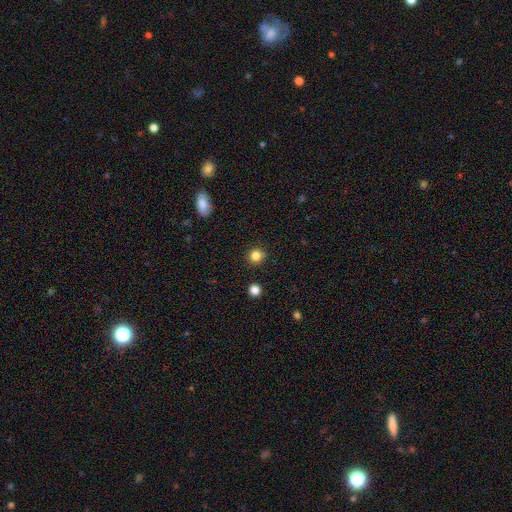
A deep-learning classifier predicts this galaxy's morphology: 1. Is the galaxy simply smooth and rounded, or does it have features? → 83% smooth, 12% star or artifact, 5% featured or disk.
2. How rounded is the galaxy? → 92% round, 7% in between, 1% cigar-shaped.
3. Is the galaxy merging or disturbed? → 89% none, 7% minor disturbance, 2% merger, 2% major disturbance.